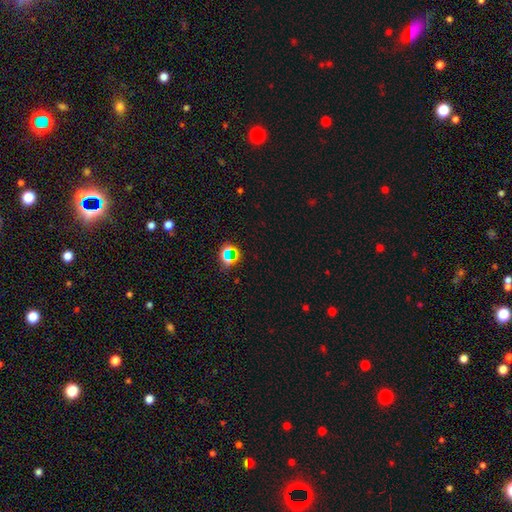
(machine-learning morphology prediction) Smooth or featured? star or artifact (71%)